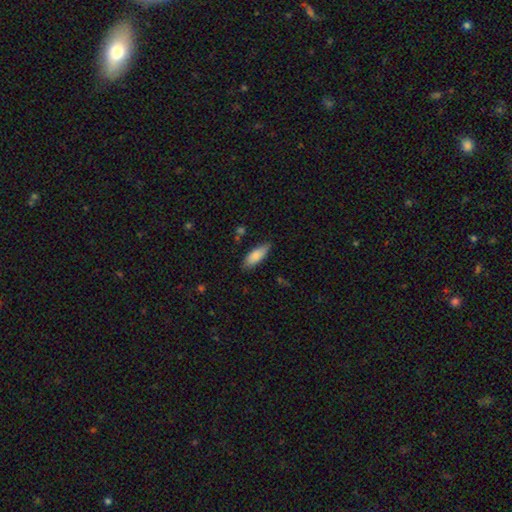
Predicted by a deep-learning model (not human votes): Q: Smooth or featured?
A: smooth (84%); runner-up: featured or disk (9%)
Q: How rounded?
A: in between (72%); runner-up: cigar-shaped (27%)
Q: Merging?
A: none (77%); runner-up: minor disturbance (18%)